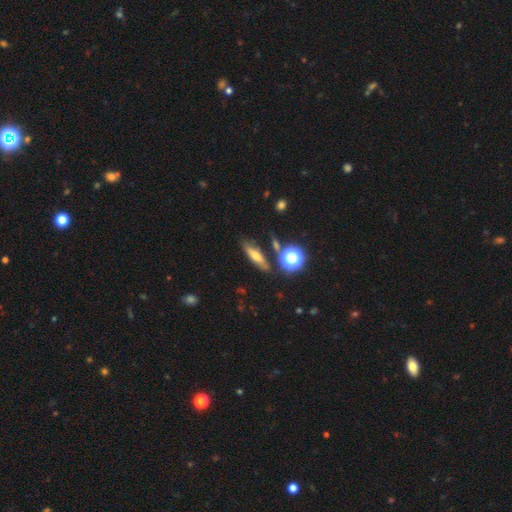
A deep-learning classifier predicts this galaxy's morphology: type=smooth (53%); roundness=cigar-shaped (56%); merging=none (78%).